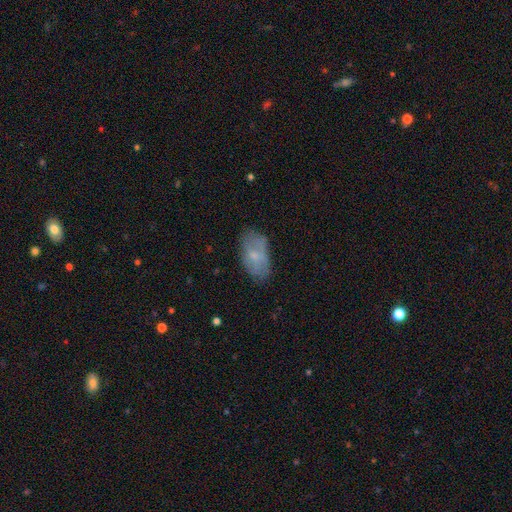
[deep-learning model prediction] The model was most divided on "smooth or featured": smooth: 58%, featured or disk: 34%, star or artifact: 7%. More confident: how rounded — in between (93%); merging — none (64%).